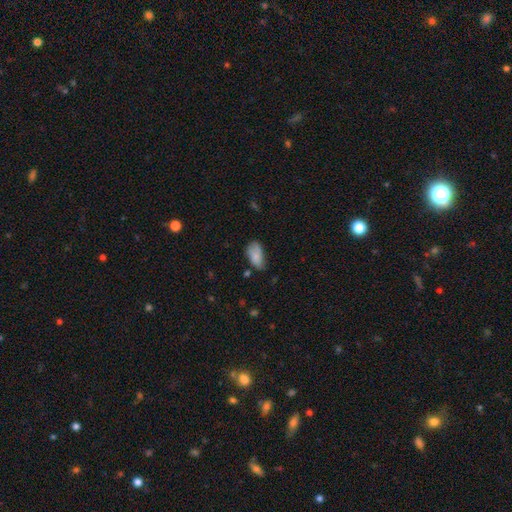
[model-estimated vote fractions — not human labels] This appears to be a smooth galaxy with no disk features (79%) that is in between round and cigar-shaped (92%). Merging: none (50%).